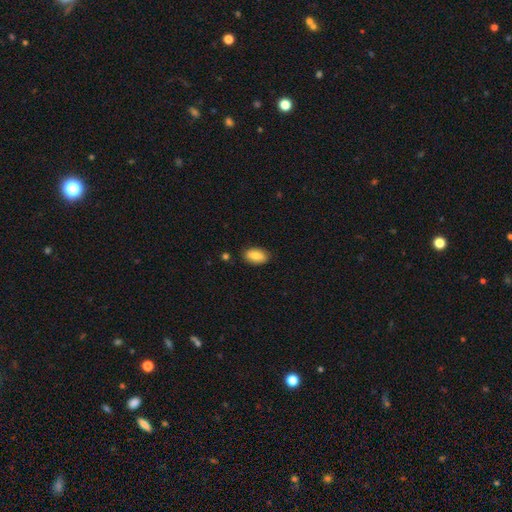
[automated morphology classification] A smooth galaxy with no disk features (81%) that is in between round and cigar-shaped (92%).

Vote fractions:
- Smooth or featured? smooth: 81% / featured or disk: 12% / star or artifact: 7%
- How rounded? in between: 92% / round: 5% / cigar-shaped: 3%
- Merging? none: 85% / minor disturbance: 11% / major disturbance: 2% / merger: 2%